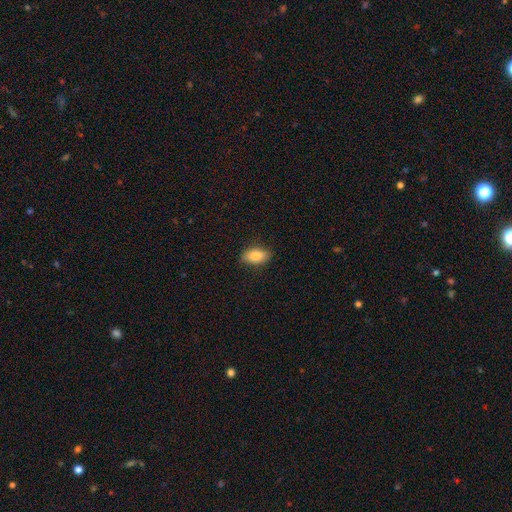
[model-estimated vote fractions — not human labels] A smooth galaxy with no disk features (84%) that is in between round and cigar-shaped (89%). Merging: none (85%).